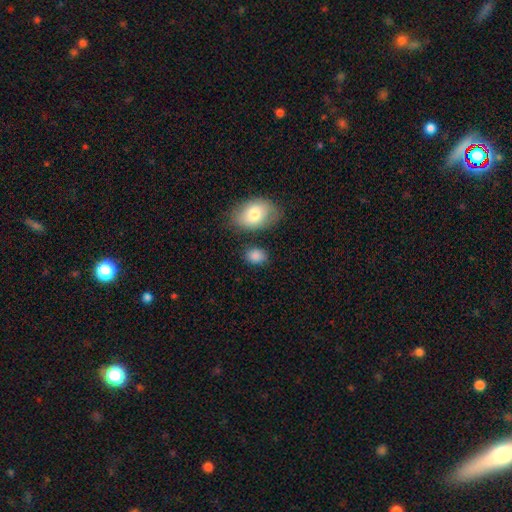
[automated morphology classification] smooth 86%, star or artifact 8%, featured or disk 6%. Down the decision tree: how rounded — in between (73%); merging — none (74%).